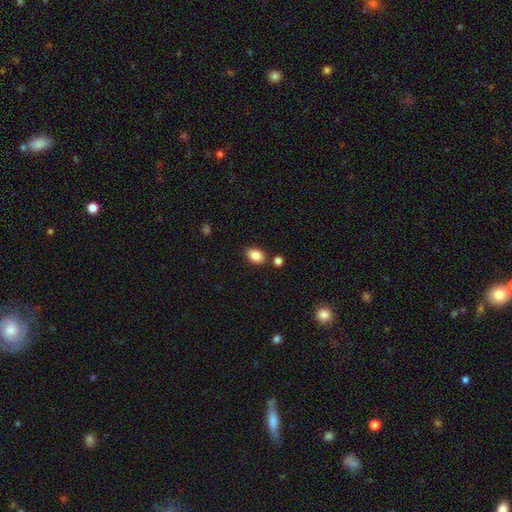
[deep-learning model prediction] This is clearly a smooth galaxy (87%). How rounded: clearly in between (83%). Merging: clearly none (82%).